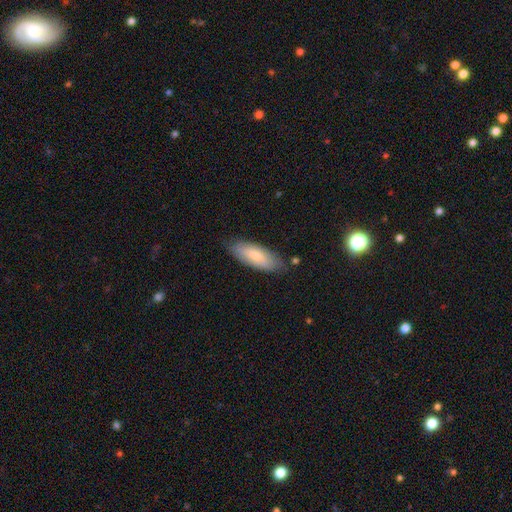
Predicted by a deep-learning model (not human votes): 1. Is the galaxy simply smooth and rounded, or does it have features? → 77% smooth, 18% featured or disk, 6% star or artifact.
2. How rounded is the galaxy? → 74% in between, 25% cigar-shaped, 2% round.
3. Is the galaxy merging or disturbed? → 79% none, 16% minor disturbance, 3% major disturbance, 2% merger.